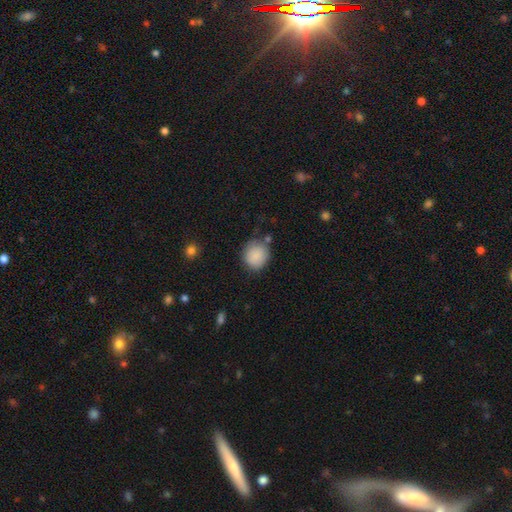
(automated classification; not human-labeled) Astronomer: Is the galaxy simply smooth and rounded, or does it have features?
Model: smooth — 88%.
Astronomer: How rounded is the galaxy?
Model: round — 80%.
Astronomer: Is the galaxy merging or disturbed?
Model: none — 74%.